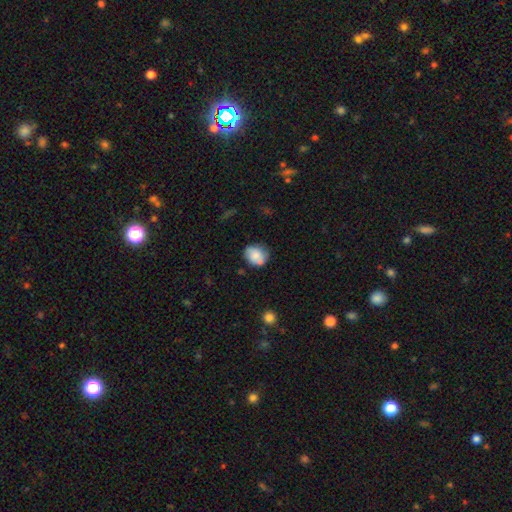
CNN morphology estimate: smooth 78%, featured or disk 14%, star or artifact 8%. Down the decision tree: how rounded — round (59%); merging — none (60%).